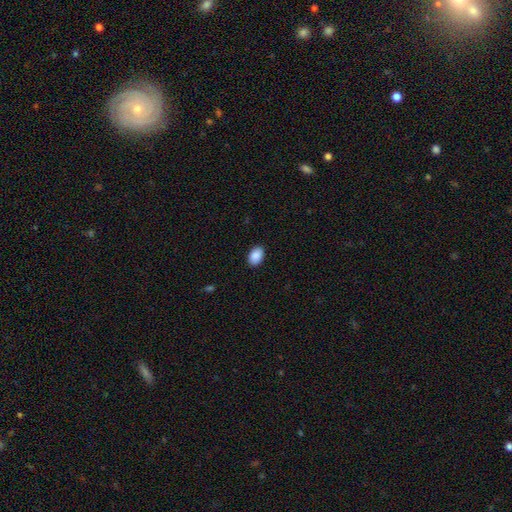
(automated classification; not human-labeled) Overall: smooth (90%). How rounded: in between (88%). Merging: none (90%).